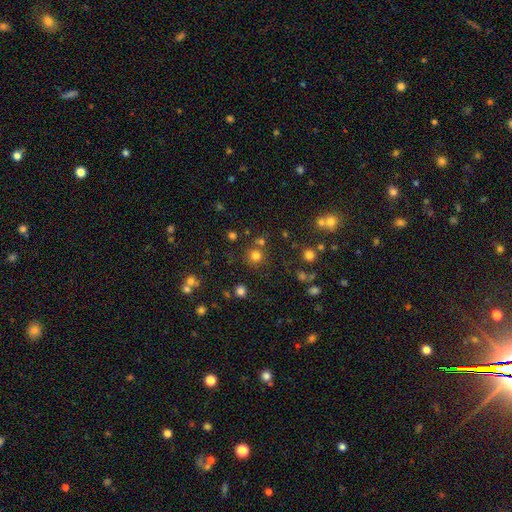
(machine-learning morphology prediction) smooth_or_featured: smooth (p=0.75) [alt: star or artifact p=0.19]
how_rounded: round (p=0.93) [alt: in between p=0.06]
merging: none (p=0.79) [alt: merger p=0.10]